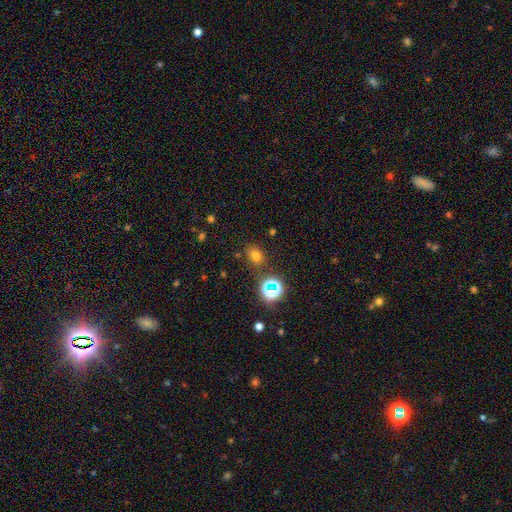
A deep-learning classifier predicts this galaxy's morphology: smooth-or-featured: smooth: 68% | star or artifact: 24% | featured or disk: 8%
  how-rounded: in between: 53% | round: 46% | cigar-shaped: 1%
  merging: none: 81% | minor disturbance: 11% | merger: 4% | major disturbance: 4%